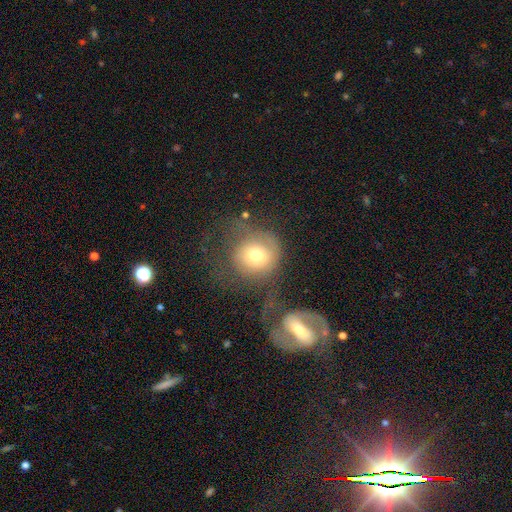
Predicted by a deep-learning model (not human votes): The model was most divided on "merging": none: 32%, major disturbance: 29%, merger: 26%, minor disturbance: 13%. More confident: how rounded — round (86%); smooth or featured — smooth (60%).